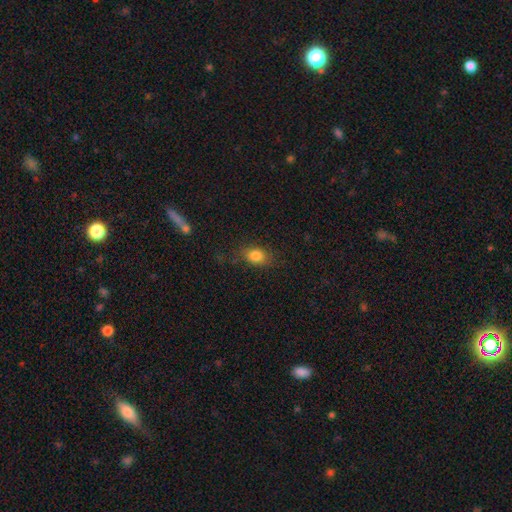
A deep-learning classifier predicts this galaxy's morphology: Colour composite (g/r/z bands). It shows a smooth galaxy with no disk features (82%) that is in between round and cigar-shaped (70%). Merging: none (74%).